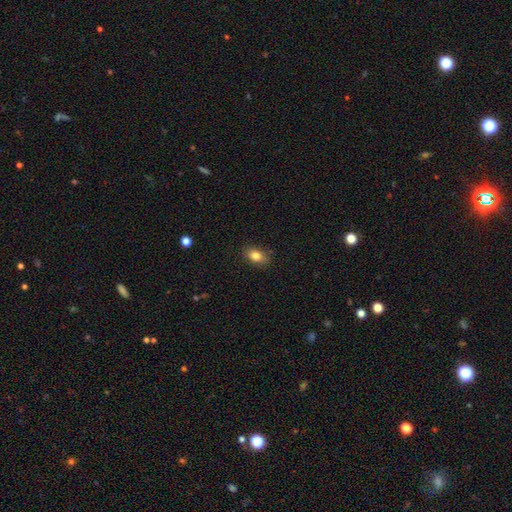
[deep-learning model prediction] Q: Smooth or featured?
A: smooth (84%); runner-up: star or artifact (9%)
Q: How rounded?
A: in between (85%); runner-up: round (13%)
Q: Merging?
A: none (85%); runner-up: minor disturbance (11%)